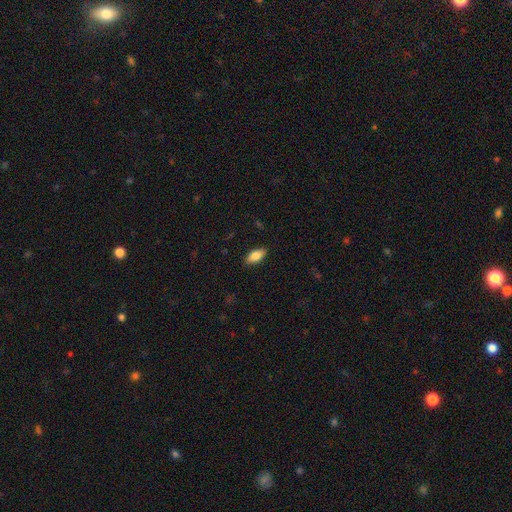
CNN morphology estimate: The model was most divided on "smooth or featured": smooth: 81%, featured or disk: 12%, star or artifact: 7%. More confident: how rounded — in between (89%); merging — none (88%).